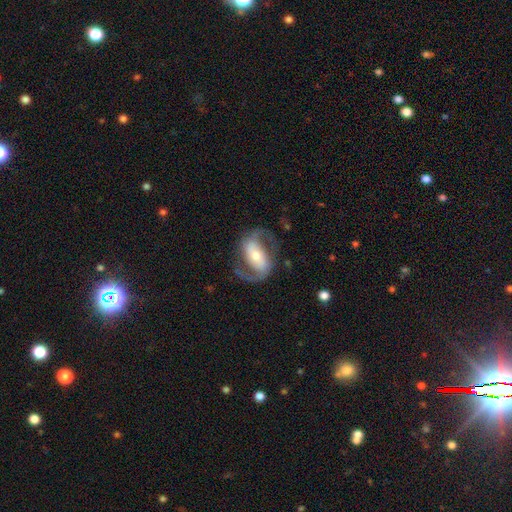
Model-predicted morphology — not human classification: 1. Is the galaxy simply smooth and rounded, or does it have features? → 86% featured or disk, 9% smooth, 5% star or artifact.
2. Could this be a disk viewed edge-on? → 97% no, 3% yes.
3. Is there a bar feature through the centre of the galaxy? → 44% strong, 33% weak, 23% no.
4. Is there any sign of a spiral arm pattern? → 95% yes, 5% no.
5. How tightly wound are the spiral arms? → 52% medium, 33% loose, 16% tight.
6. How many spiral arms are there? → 92% 2, 3% can't tell, 3% 1, 1% 3, 1% 4, 1% more than 4.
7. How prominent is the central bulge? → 49% moderate, 38% small, 9% large, 2% none, 2% dominant.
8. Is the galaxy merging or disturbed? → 75% none, 13% minor disturbance, 10% major disturbance, 1% merger.